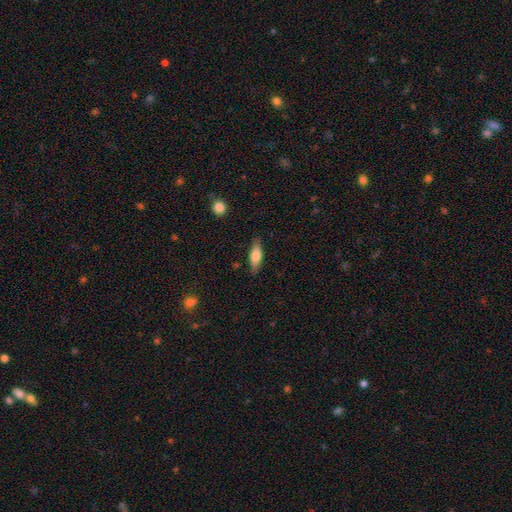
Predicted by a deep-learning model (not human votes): smooth_or_featured: smooth (p=0.68) [alt: featured or disk p=0.26]
how_rounded: in between (p=0.61) [alt: cigar-shaped p=0.37]
merging: none (p=0.83) [alt: minor disturbance p=0.13]